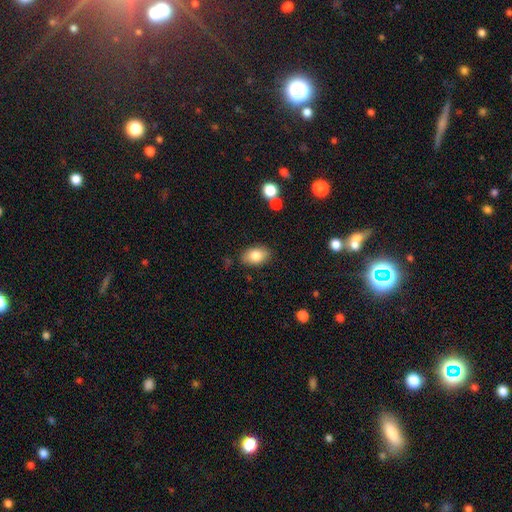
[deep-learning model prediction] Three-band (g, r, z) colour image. It shows a smooth galaxy with no disk features (82%) that is in between round and cigar-shaped (89%). Merging: none (84%).